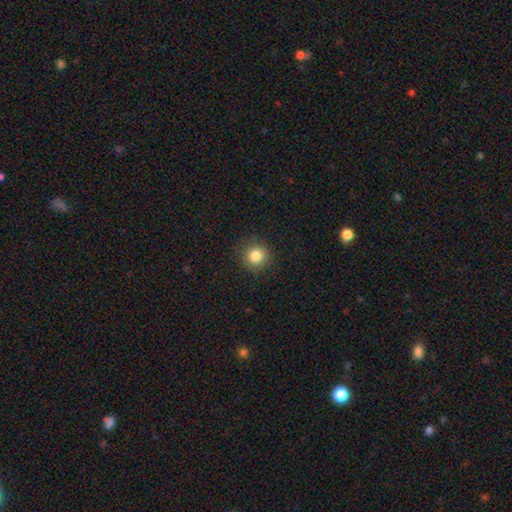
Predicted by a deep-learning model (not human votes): Morphology: type=smooth (82%); roundness=round (92%); merging=none (86%).